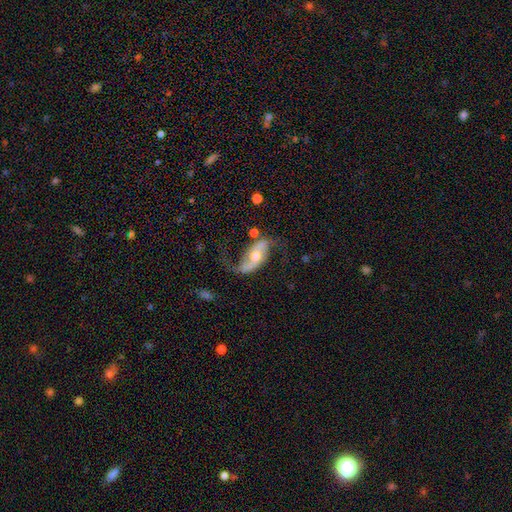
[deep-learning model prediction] The model was most divided on "bar": no: 38%, strong: 32%, weak: 30%. More confident: spiral arms — yes (93%); edge-on disk — no (92%); spiral arm count — 2 (90%); smooth or featured — featured or disk (83%); spiral winding — loose (82%); bulge size — moderate (64%); merging — none (62%).